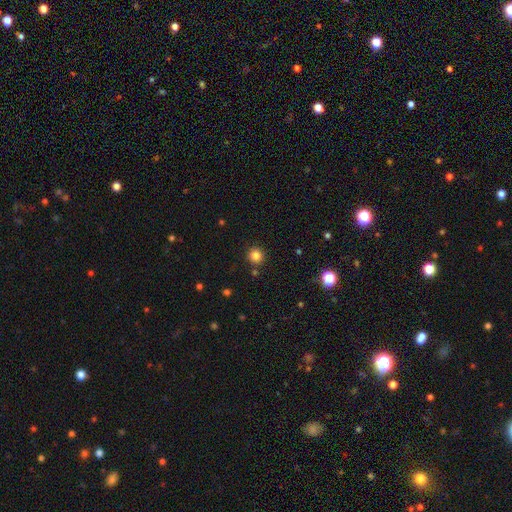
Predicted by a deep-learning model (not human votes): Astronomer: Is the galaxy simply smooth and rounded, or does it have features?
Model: smooth — 83%.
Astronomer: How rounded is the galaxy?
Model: round — 95%.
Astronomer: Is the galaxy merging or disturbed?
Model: none — 88%.